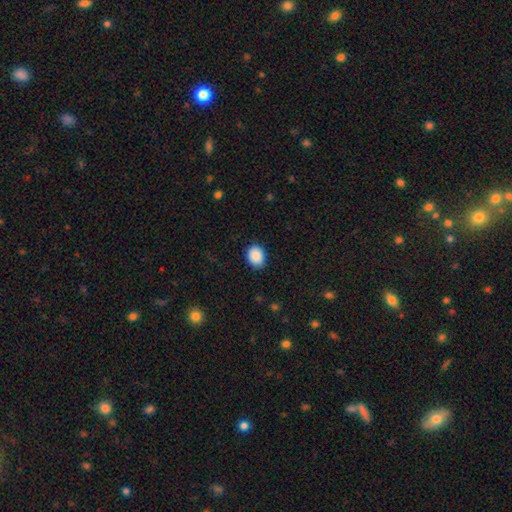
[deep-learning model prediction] smooth-or-featured: smooth: 90% | star or artifact: 8% | featured or disk: 3%
  how-rounded: in between: 51% | round: 48% | cigar-shaped: 1%
  merging: none: 87% | minor disturbance: 10% | major disturbance: 3% | merger: 1%